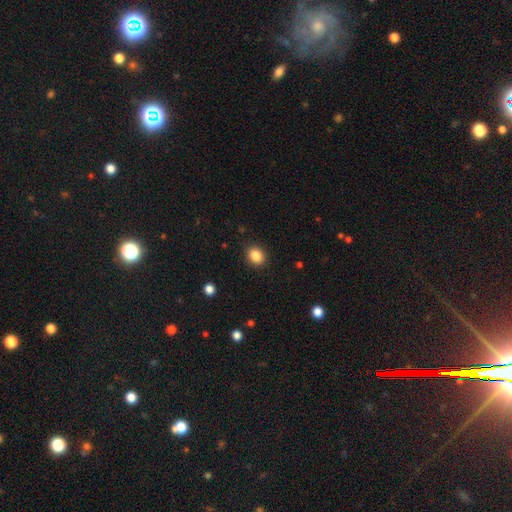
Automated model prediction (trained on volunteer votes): smooth-or-featured: smooth: 86% | star or artifact: 10% | featured or disk: 4%
  how-rounded: round: 50% | in between: 49% | cigar-shaped: 1%
  merging: none: 89% | minor disturbance: 8% | major disturbance: 2% | merger: 1%